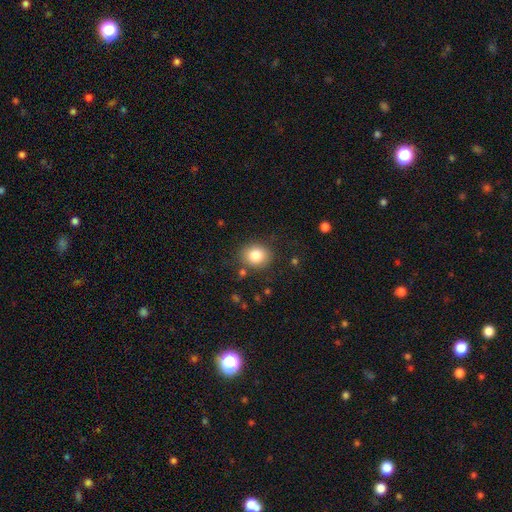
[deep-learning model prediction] Smooth or featured: smooth — 83% (star or artifact — 10%)
How rounded: round — 66% (in between — 33%)
Merging: none — 83% (minor disturbance — 11%)